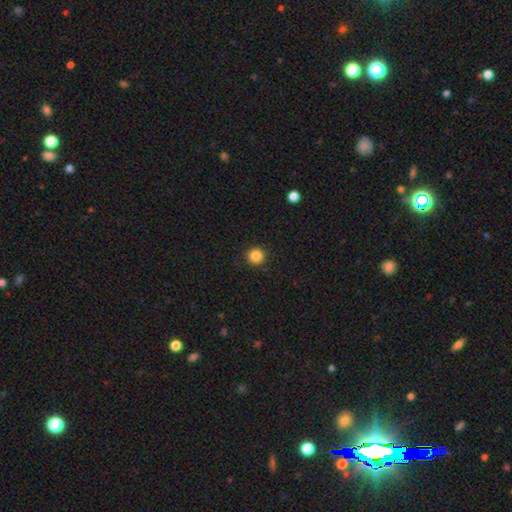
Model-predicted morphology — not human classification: smooth-or-featured: smooth: 86% | star or artifact: 11% | featured or disk: 4%
  how-rounded: round: 94% | in between: 5% | cigar-shaped: 1%
  merging: none: 92% | minor disturbance: 5% | major disturbance: 2% | merger: 1%